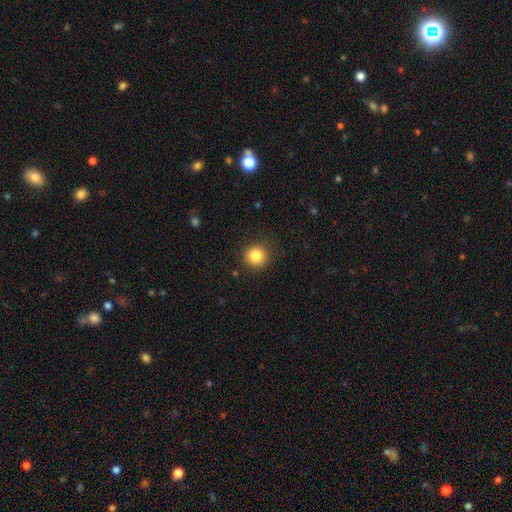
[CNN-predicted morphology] The model was most divided on "smooth or featured": smooth: 83%, star or artifact: 11%, featured or disk: 6%. More confident: how rounded — round (93%); merging — none (89%).